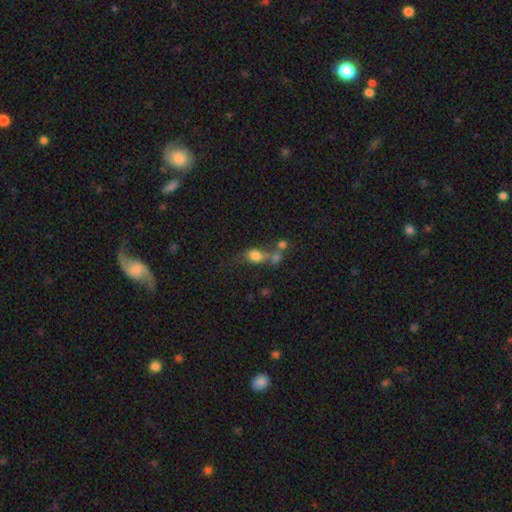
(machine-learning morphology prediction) smooth_or_featured: smooth (p=0.75) [alt: featured or disk p=0.13]
how_rounded: in between (p=0.56) [alt: round p=0.41]
merging: merger (p=0.44) [alt: none p=0.32]